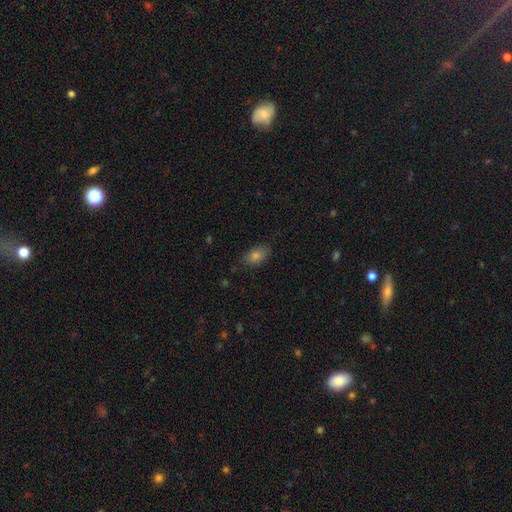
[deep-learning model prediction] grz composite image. It shows a smooth galaxy with no disk features (75%) that is in between round and cigar-shaped (86%). Merging: none (82%).